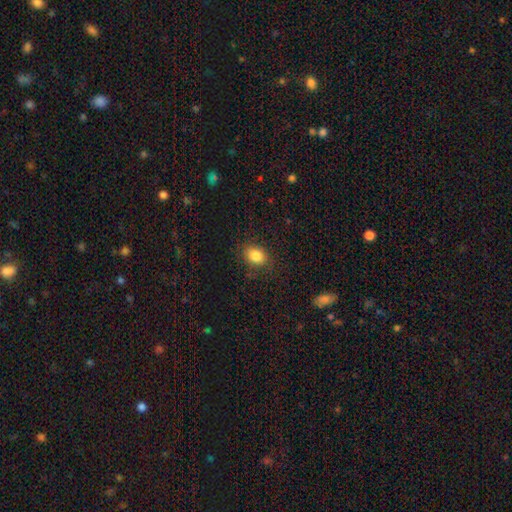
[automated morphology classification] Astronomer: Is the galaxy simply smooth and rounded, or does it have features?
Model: smooth — 83%.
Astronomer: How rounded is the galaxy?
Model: in between — 66%.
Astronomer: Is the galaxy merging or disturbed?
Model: none — 85%.